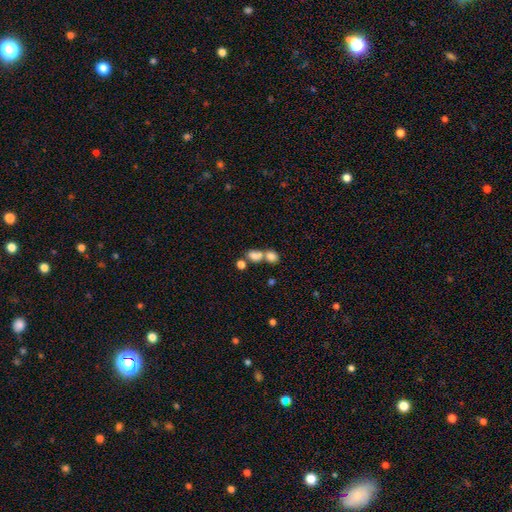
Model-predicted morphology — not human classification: Q: Smooth or featured?
A: smooth (76%); runner-up: featured or disk (13%)
Q: How rounded?
A: in between (53%); runner-up: round (44%)
Q: Merging?
A: merger (62%); runner-up: none (27%)